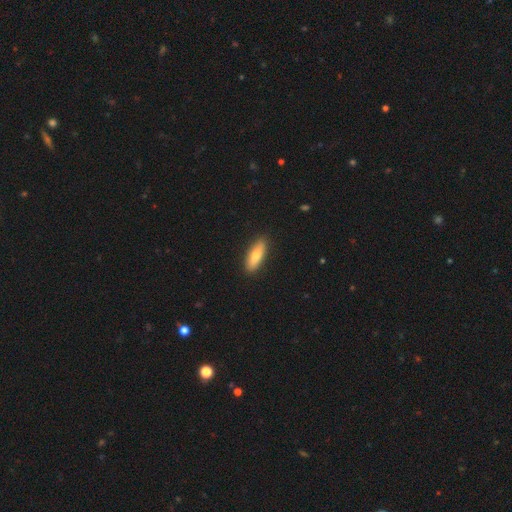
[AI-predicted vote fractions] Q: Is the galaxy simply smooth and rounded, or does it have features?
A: smooth — 75%.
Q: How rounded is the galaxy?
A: in between — 54%.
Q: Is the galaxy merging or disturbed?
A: none — 89%.